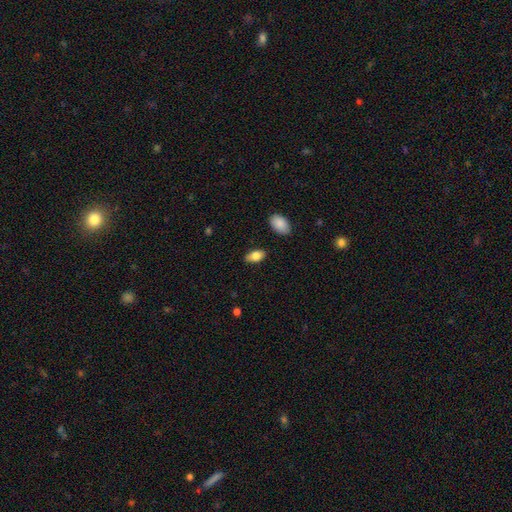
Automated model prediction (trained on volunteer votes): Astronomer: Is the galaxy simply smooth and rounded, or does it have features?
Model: smooth — 82%.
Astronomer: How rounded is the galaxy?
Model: in between — 92%.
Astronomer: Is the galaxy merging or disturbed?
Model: none — 86%.